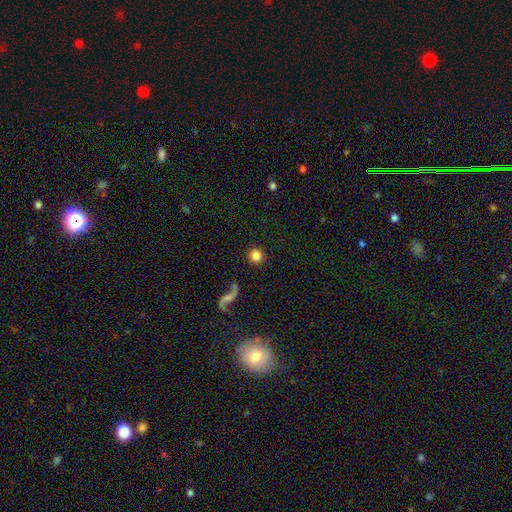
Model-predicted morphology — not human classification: Q: Smooth or featured?
A: smooth (81%); runner-up: featured or disk (10%)
Q: How rounded?
A: round (94%); runner-up: in between (5%)
Q: Merging?
A: none (89%); runner-up: minor disturbance (5%)